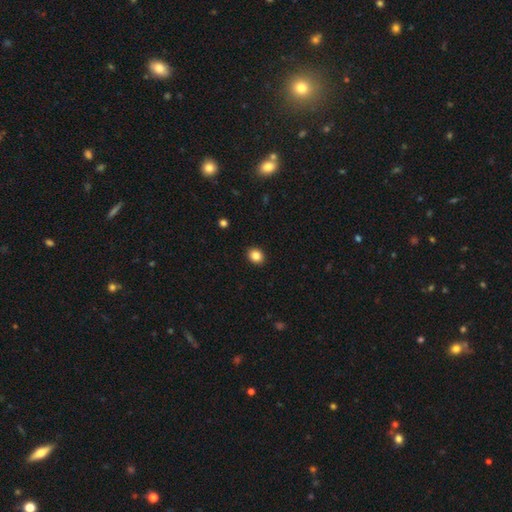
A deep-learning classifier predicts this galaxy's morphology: Smooth or featured? smooth (86%)
How rounded? round (59%)
Merging? none (92%)